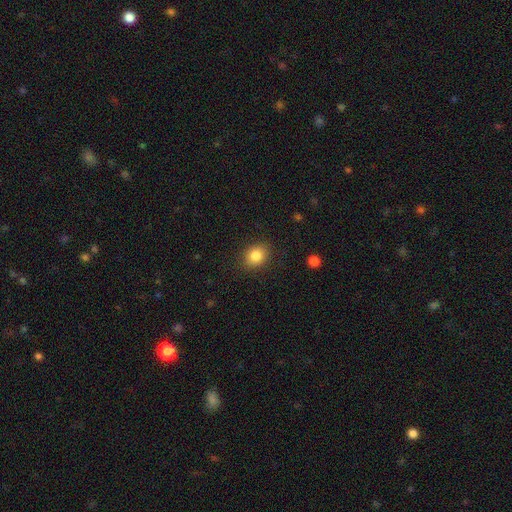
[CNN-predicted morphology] Smooth or featured?
  - smooth: 84% *
  - star or artifact: 10%
  - featured or disk: 6%
How rounded?
  - round: 54% *
  - in between: 45%
  - cigar-shaped: 1%
Merging?
  - none: 87% *
  - minor disturbance: 9%
  - major disturbance: 3%
  - merger: 1%